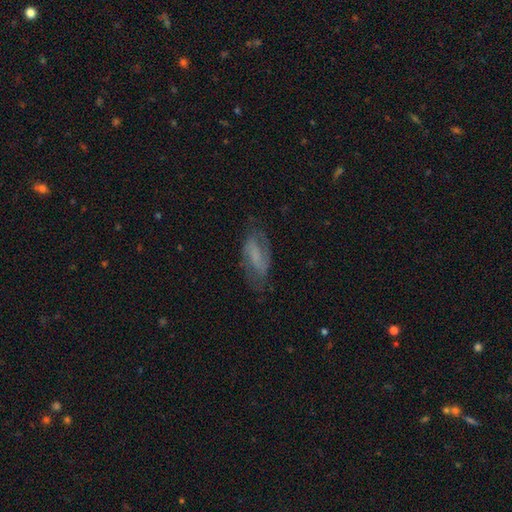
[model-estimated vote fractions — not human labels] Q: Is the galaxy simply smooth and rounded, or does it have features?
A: featured or disk — 56%.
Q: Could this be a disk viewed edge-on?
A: no — 91%.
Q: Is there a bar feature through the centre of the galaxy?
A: weak — 41%.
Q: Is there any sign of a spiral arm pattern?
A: yes — 79%.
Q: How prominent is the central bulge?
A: none — 48%.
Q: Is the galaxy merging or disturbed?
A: none — 65%.